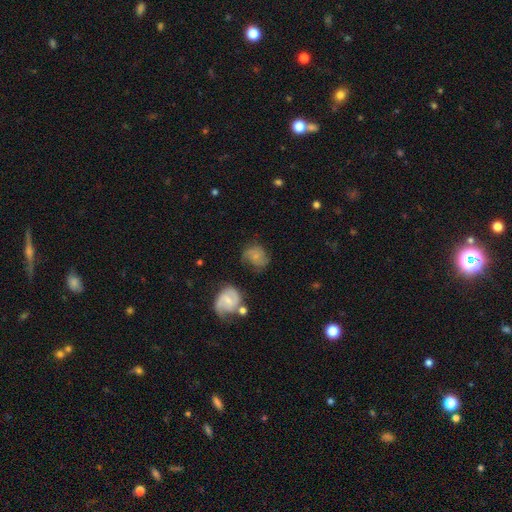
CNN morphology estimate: Smooth or featured? Predicted: featured or disk (p=0.52). Edge-on disk? Predicted: no (p=0.97). Bar? Predicted: no (p=0.67). Spiral arms? Predicted: yes (p=0.89). Bulge size? Predicted: small (p=0.65). Merging? Predicted: none (p=0.54).